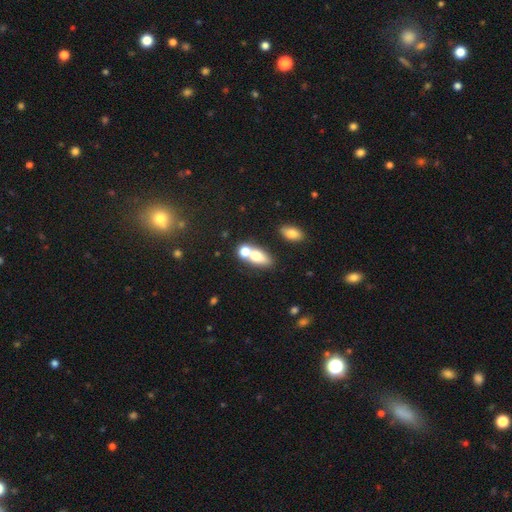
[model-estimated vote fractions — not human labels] Smooth or featured? Predicted: smooth (p=0.70). How rounded? Predicted: in between (p=0.70). Merging? Predicted: merger (p=0.56).